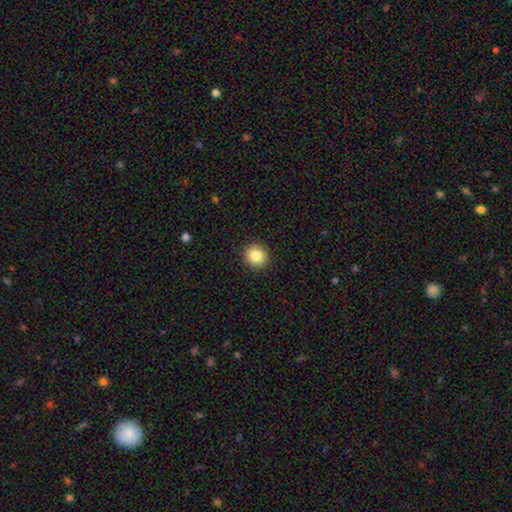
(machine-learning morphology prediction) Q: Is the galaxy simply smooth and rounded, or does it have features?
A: smooth — 84%.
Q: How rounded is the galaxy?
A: round — 92%.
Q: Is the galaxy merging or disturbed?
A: none — 92%.